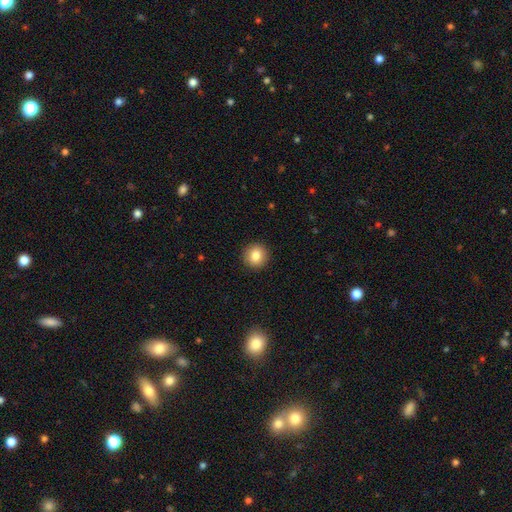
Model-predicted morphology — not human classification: This is clearly a smooth galaxy (84%). How rounded: clearly round (92%). Merging: clearly none (92%).